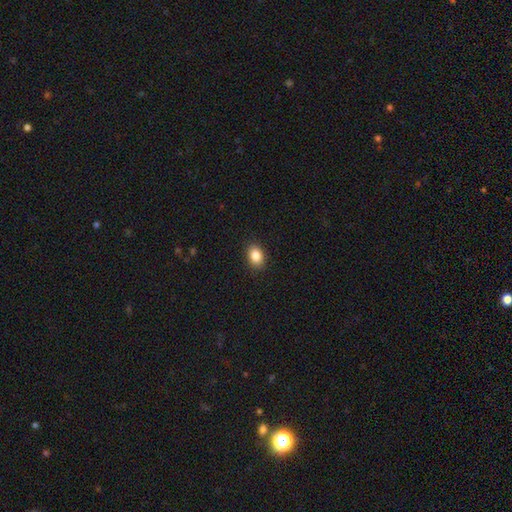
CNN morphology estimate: This appears to be a smooth galaxy with no disk features (86%) that is in between round and cigar-shaped (76%). Merging: none (89%).